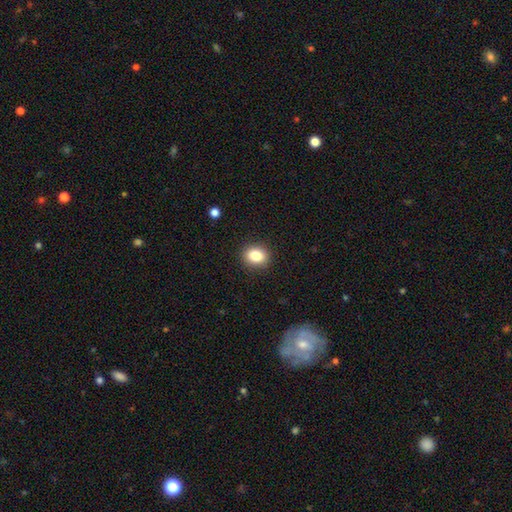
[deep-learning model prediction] Q: Smooth or featured?
A: smooth (84%); runner-up: star or artifact (10%)
Q: How rounded?
A: round (60%); runner-up: in between (39%)
Q: Merging?
A: none (90%); runner-up: minor disturbance (7%)